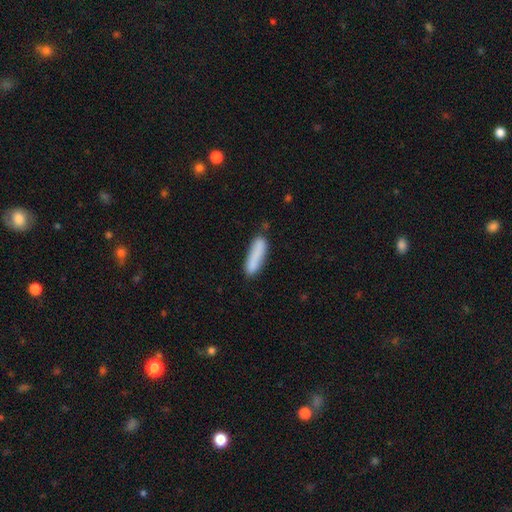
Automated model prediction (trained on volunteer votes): Smooth or featured: smooth — 82% (featured or disk — 11%)
How rounded: cigar-shaped — 71% (in between — 27%)
Merging: none — 74% (minor disturbance — 17%)